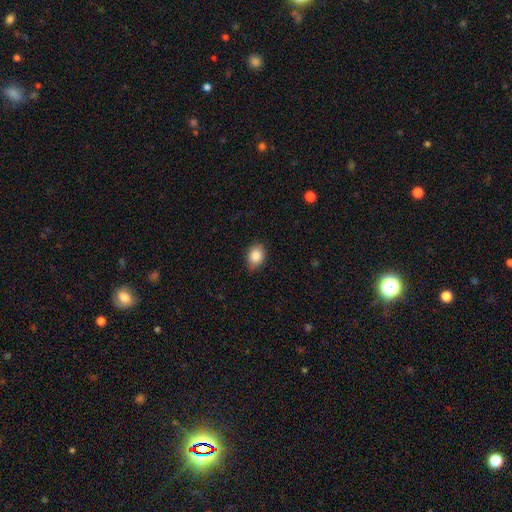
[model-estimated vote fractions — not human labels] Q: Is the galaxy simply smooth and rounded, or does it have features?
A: smooth — 87%.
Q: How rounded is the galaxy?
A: in between — 67%.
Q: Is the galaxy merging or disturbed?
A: none — 77%.